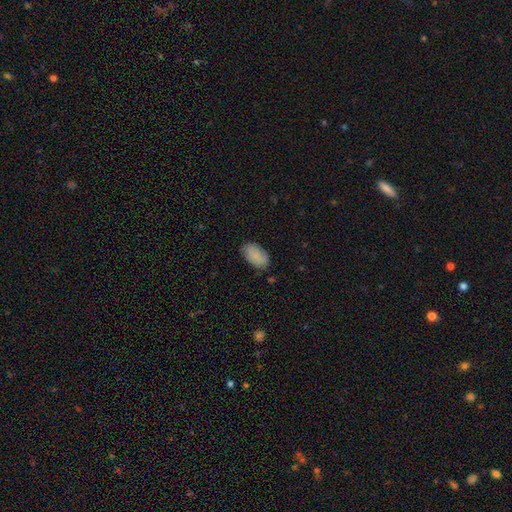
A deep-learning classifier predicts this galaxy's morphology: Q: Smooth or featured?
A: smooth (87%); runner-up: featured or disk (7%)
Q: How rounded?
A: in between (94%); runner-up: round (4%)
Q: Merging?
A: none (79%); runner-up: minor disturbance (16%)